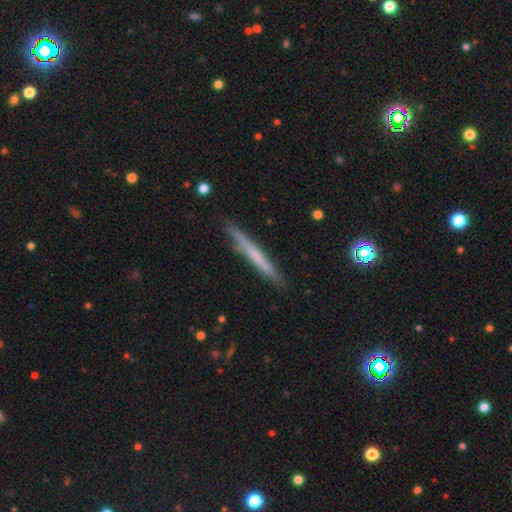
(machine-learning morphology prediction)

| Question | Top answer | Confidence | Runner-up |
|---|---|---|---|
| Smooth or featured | smooth | 52% | featured or disk (42%) |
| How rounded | cigar-shaped | 97% | in between (2%) |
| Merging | none | 88% | minor disturbance (9%) |